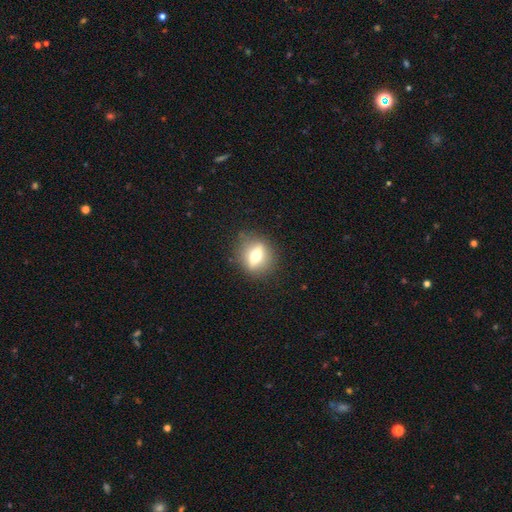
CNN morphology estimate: Q: Smooth or featured?
A: featured or disk (45%); tied with: smooth (45%)
Q: Merging?
A: none (84%); runner-up: minor disturbance (10%)